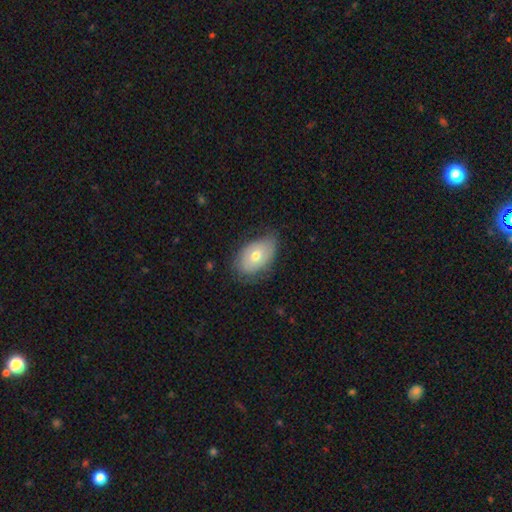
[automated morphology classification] Smooth or featured? Predicted: smooth (p=0.63). How rounded? Predicted: in between (p=0.88). Merging? Predicted: none (p=0.63).